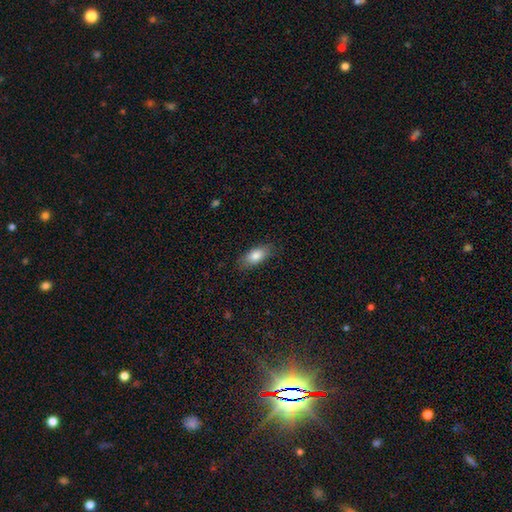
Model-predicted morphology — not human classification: Smooth or featured?
  - smooth: 83% *
  - featured or disk: 10%
  - star or artifact: 7%
How rounded?
  - in between: 87% *
  - cigar-shaped: 10%
  - round: 3%
Merging?
  - none: 83% *
  - minor disturbance: 13%
  - major disturbance: 3%
  - merger: 1%